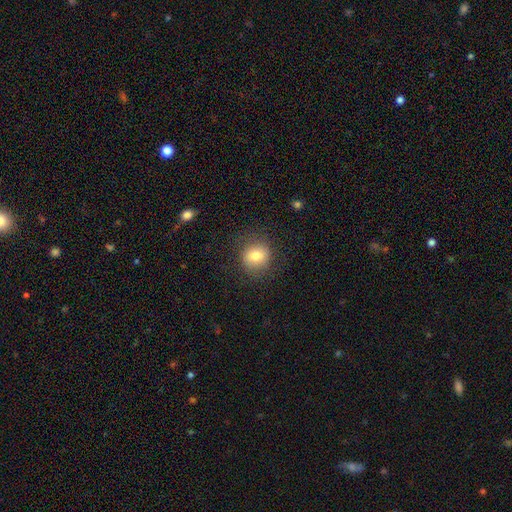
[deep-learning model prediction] This is likely a smooth galaxy (79%). How rounded: clearly round (80%). Merging: clearly none (81%).